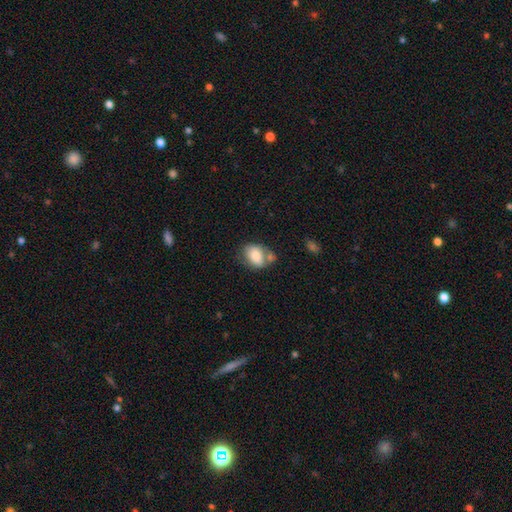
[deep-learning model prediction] Smooth or featured?
  - smooth: 77% *
  - featured or disk: 16%
  - star or artifact: 7%
How rounded?
  - in between: 76% *
  - round: 22%
  - cigar-shaped: 1%
Merging?
  - none: 42% *
  - merger: 31%
  - minor disturbance: 19%
  - major disturbance: 8%